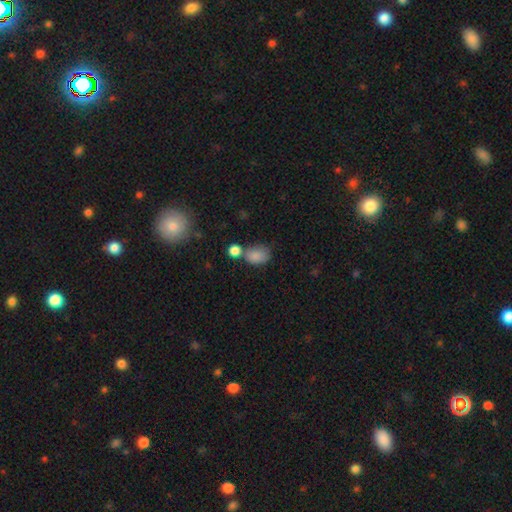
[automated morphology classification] A smooth galaxy with no disk features (85%) that is in between round and cigar-shaped (74%). Merging: none (47%).